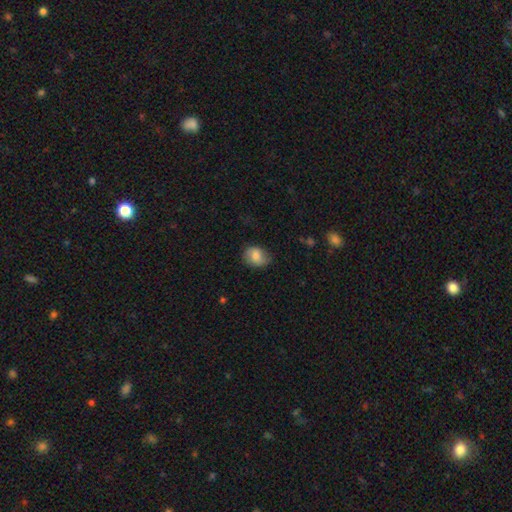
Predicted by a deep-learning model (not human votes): Smooth or featured? Predicted: smooth (p=0.76). How rounded? Predicted: in between (p=0.55). Merging? Predicted: none (p=0.70).